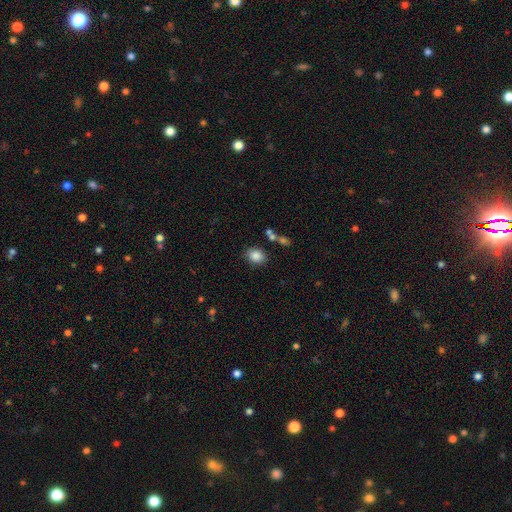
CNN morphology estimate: smooth 85%, star or artifact 9%, featured or disk 6%. Down the decision tree: how rounded — in between (61%); merging — none (79%).